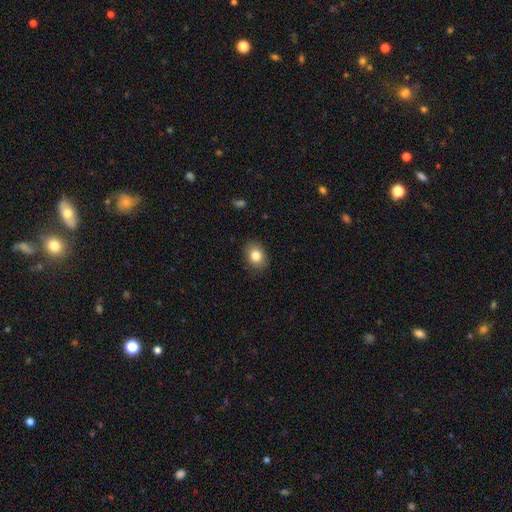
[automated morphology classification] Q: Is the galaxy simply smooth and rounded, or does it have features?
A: smooth — 82%.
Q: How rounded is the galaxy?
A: in between — 58%.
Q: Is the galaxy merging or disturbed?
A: none — 86%.